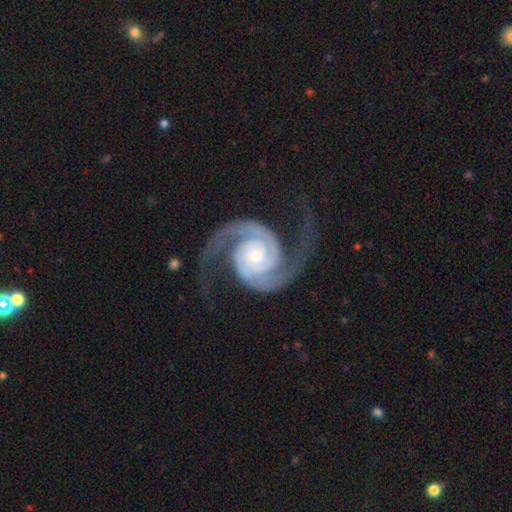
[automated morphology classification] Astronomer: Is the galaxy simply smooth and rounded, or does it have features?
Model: featured or disk — 95%.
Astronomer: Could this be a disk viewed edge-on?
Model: no — 98%.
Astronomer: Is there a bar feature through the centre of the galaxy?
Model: no — 74%.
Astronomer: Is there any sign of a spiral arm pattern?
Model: yes — 99%.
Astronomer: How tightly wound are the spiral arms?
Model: medium — 48% (runner-up: tight, 37%).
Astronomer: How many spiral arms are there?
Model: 2 — 95%.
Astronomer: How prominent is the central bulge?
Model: small — 68%.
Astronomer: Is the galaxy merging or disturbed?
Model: none — 76%.